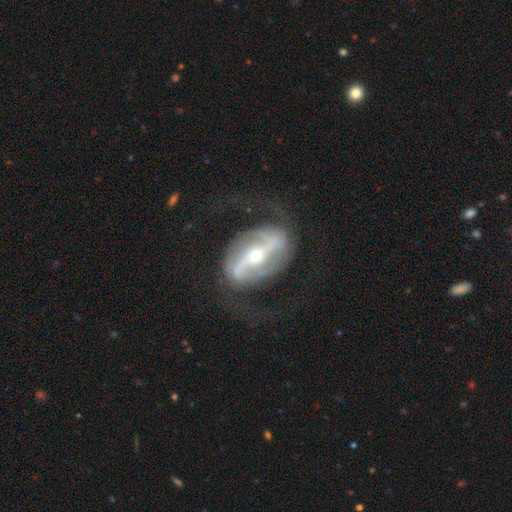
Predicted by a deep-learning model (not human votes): Smooth or featured: featured or disk — 89% (smooth — 6%)
Edge-on disk: no — 94% (yes — 6%)
Bar: strong — 74% (weak — 17%)
Spiral arms: yes — 91% (no — 9%)
Spiral winding: medium — 42% (loose — 41%)
Spiral arm count: 2 — 91% (can't tell — 4%)
Bulge size: moderate — 51% (small — 45%)
Merging: none — 68% (major disturbance — 16%)